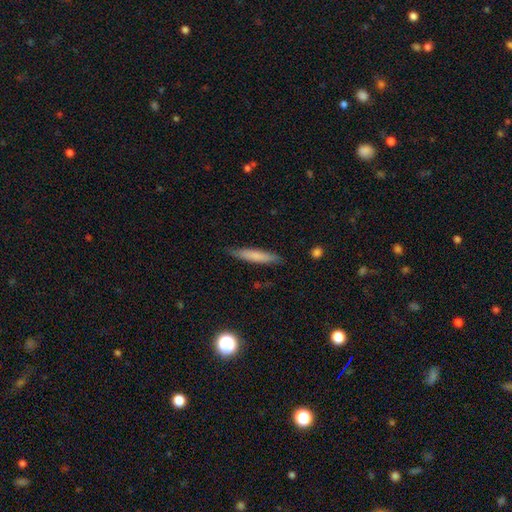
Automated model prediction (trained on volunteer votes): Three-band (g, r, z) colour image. It shows a smooth galaxy with no disk features (73%) that is cigar-shaped (90%). Merging: none (84%).